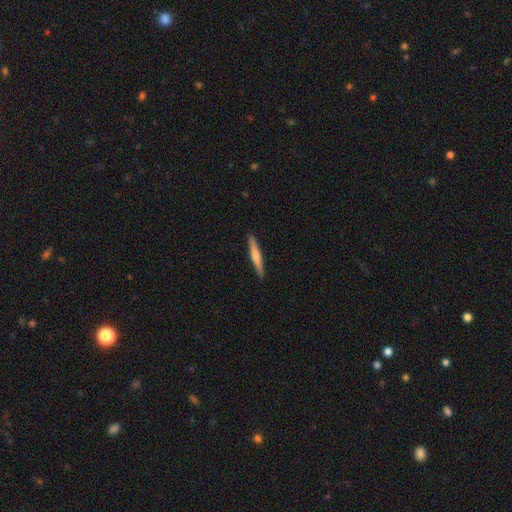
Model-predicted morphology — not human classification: A smooth galaxy with no disk features (57%) that is cigar-shaped (94%). Merging: none (91%).